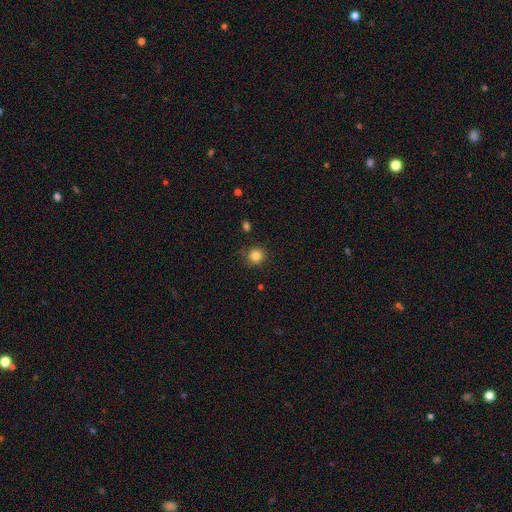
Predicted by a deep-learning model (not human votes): Smooth or featured? Predicted: smooth (p=0.84). How rounded? Predicted: round (p=0.91). Merging? Predicted: none (p=0.82).